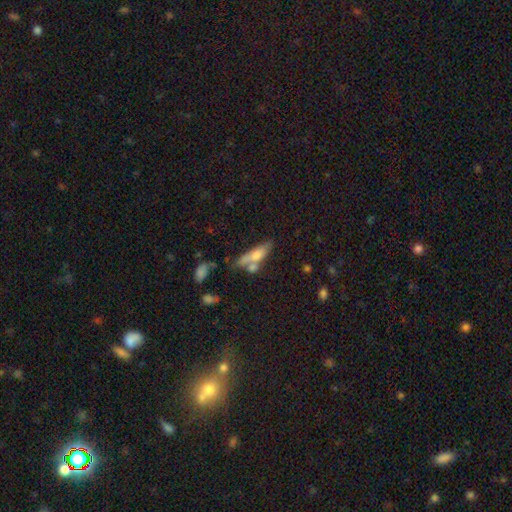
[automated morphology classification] type=smooth (63%); roundness=cigar-shaped (58%); merging=none (43%).